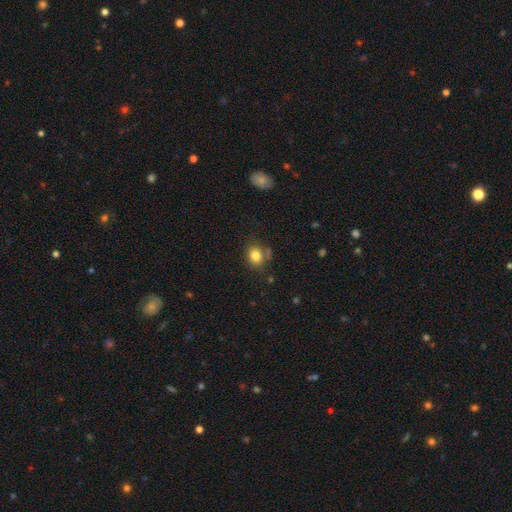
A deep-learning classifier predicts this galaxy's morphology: Smooth or featured? smooth (82%)
How rounded? in between (52%)
Merging? none (70%)